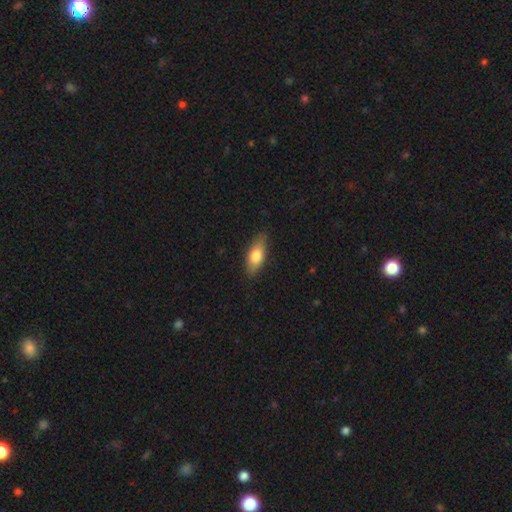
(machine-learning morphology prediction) This appears to be a smooth galaxy with no disk features (75%) that is in between round and cigar-shaped (78%). Merging: none (84%).